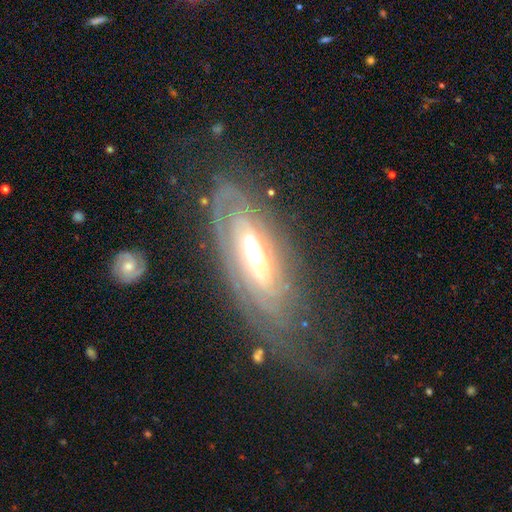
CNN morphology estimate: smooth_or_featured: featured or disk (p=0.82) [alt: smooth p=0.12]
disk_edge_on: no (p=0.83) [alt: yes p=0.17]
bar: no (p=0.63) [alt: weak p=0.23]
has_spiral_arms: yes (p=0.77) [alt: no p=0.23]
spiral_winding: tight (p=0.74) [alt: medium p=0.20]
spiral_arm_count: can't tell (p=0.55) [alt: 2 p=0.19]
bulge_size: moderate (p=0.58) [alt: large p=0.29]
merging: none (p=0.69) [alt: minor disturbance p=0.18]